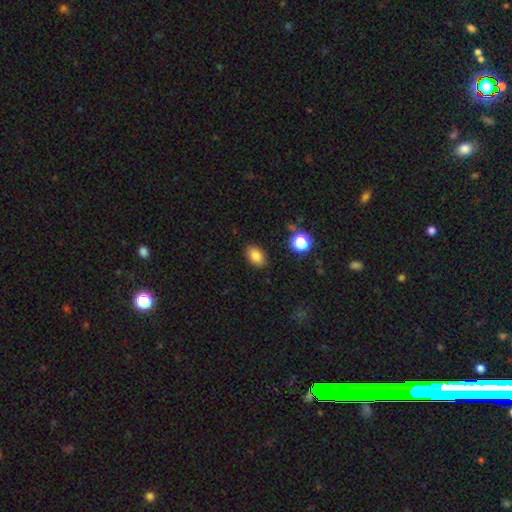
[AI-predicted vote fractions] Smooth or featured?
  - smooth: 83% *
  - star or artifact: 11%
  - featured or disk: 6%
How rounded?
  - in between: 80% *
  - round: 19%
  - cigar-shaped: 1%
Merging?
  - none: 87% *
  - minor disturbance: 9%
  - major disturbance: 2%
  - merger: 2%